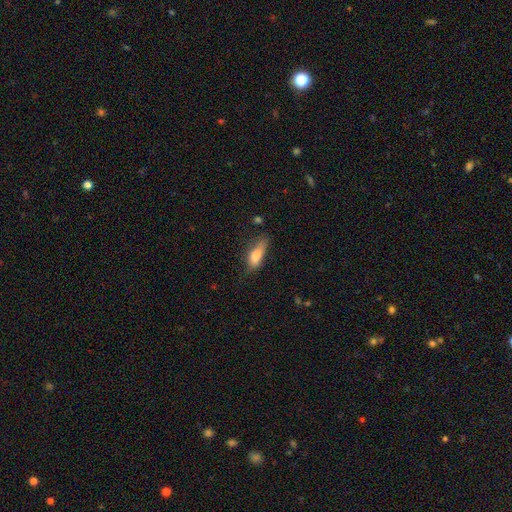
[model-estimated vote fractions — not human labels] Morphology: type=smooth (79%); roundness=in between (71%); merging=none (44%).